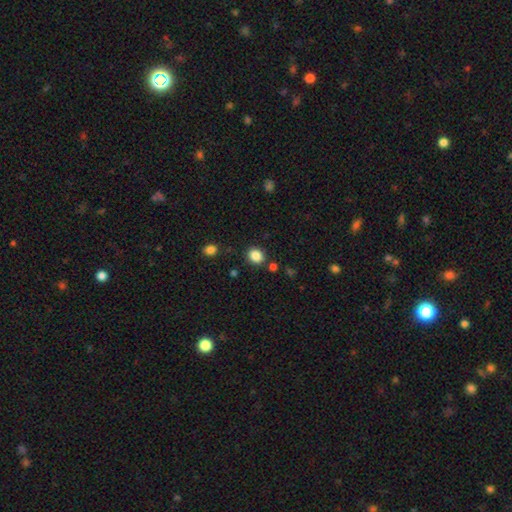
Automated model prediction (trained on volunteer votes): A smooth galaxy with no disk features (86%) that is round (73%). Merging: none (83%).